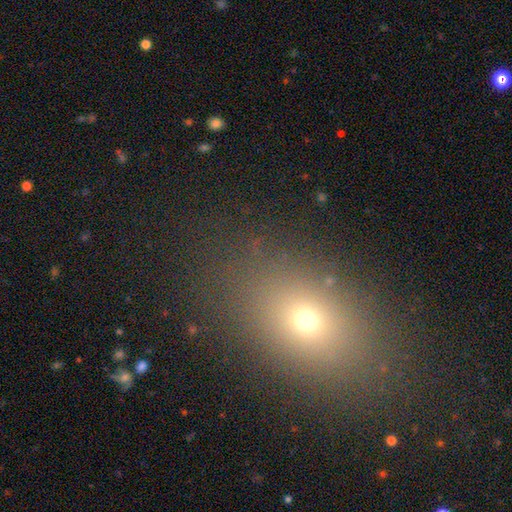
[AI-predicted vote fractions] Smooth or featured?
  - smooth: 62% *
  - star or artifact: 25%
  - featured or disk: 12%
How rounded?
  - in between: 66% *
  - round: 31%
  - cigar-shaped: 3%
Merging?
  - none: 86% *
  - minor disturbance: 8%
  - major disturbance: 4%
  - merger: 2%